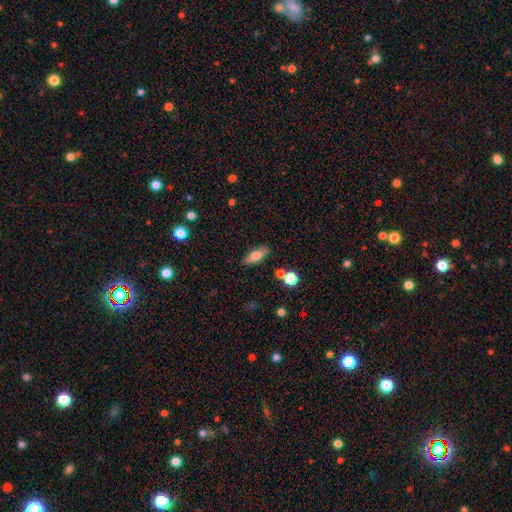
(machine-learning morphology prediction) The model was most divided on "how rounded": in between: 70%, cigar-shaped: 26%, round: 4%. More confident: merging — none (83%); smooth or featured — smooth (69%).